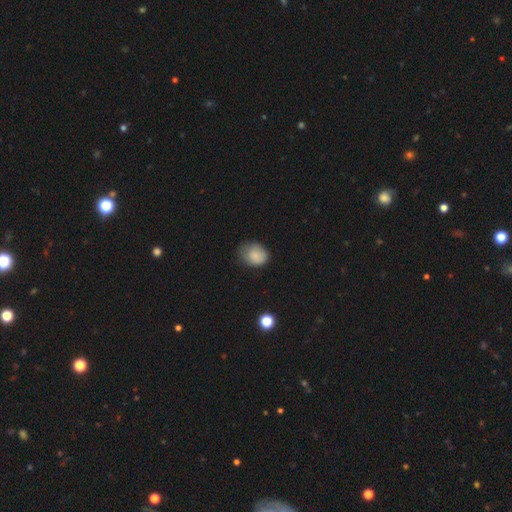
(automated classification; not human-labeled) This appears to be a smooth galaxy with no disk features (82%) that is round (55%). Merging: none (50%).